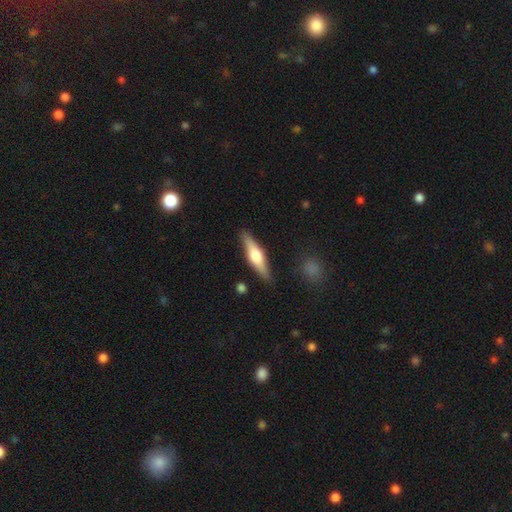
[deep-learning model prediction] featured or disk 52%, smooth 42%, star or artifact 5%. Down the decision tree: edge-on disk — yes (94%); merging — none (87%).